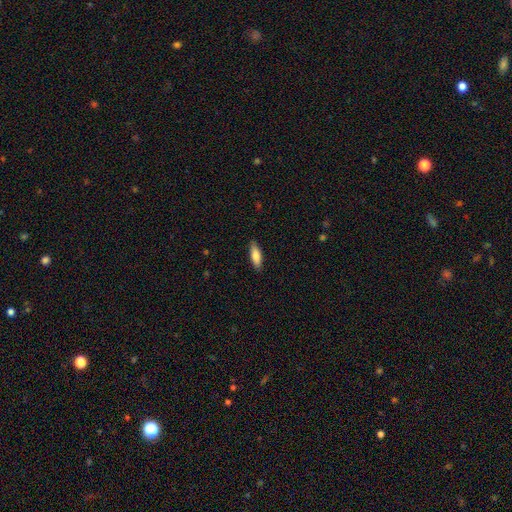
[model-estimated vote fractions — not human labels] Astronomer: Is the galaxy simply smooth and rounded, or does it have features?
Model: smooth — 78%.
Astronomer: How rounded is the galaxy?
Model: in between — 53% (runner-up: cigar-shaped, 45%).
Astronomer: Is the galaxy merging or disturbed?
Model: none — 89%.